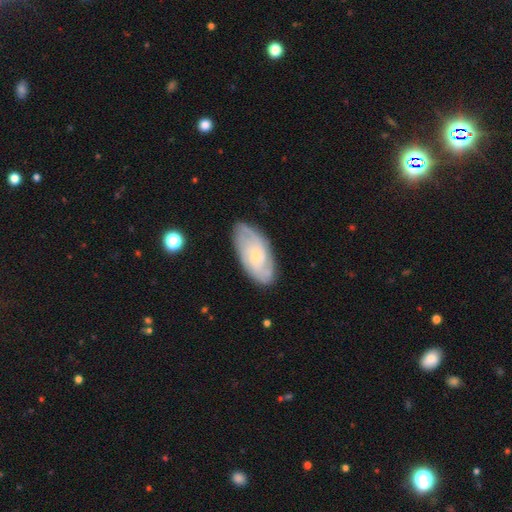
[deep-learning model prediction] Smooth or featured? Predicted: featured or disk (p=0.68). Edge-on disk? Predicted: no (p=0.93). Bar? Predicted: no (p=0.70). Spiral arms? Predicted: yes (p=0.91). Spiral winding? Predicted: tight (p=0.57). Spiral arm count? Predicted: can't tell (p=0.42). Bulge size? Predicted: small (p=0.76). Merging? Predicted: none (p=0.78).